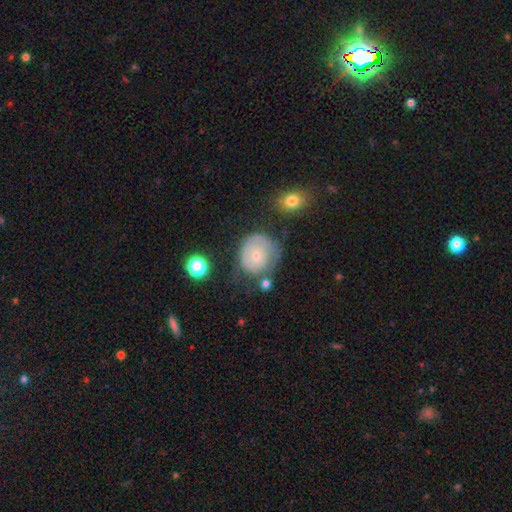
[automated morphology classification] smooth_or_featured: smooth (p=0.52) [alt: featured or disk p=0.39]
how_rounded: round (p=0.79) [alt: in between p=0.20]
merging: none (p=0.47) [alt: minor disturbance p=0.28]